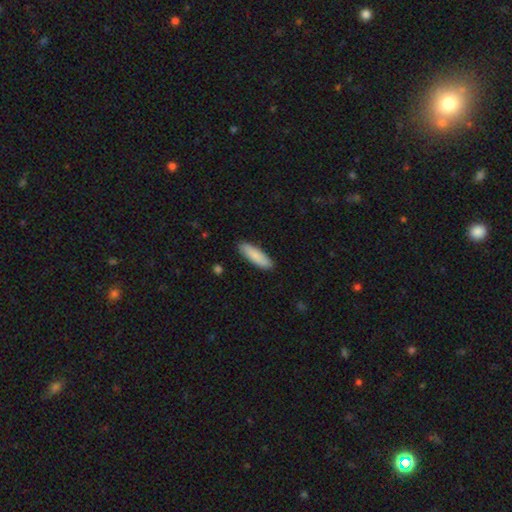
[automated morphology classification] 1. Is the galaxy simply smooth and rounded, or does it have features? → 86% smooth, 8% featured or disk, 5% star or artifact.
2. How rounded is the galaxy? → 57% cigar-shaped, 41% in between, 1% round.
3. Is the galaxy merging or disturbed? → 89% none, 9% minor disturbance, 2% major disturbance, 1% merger.